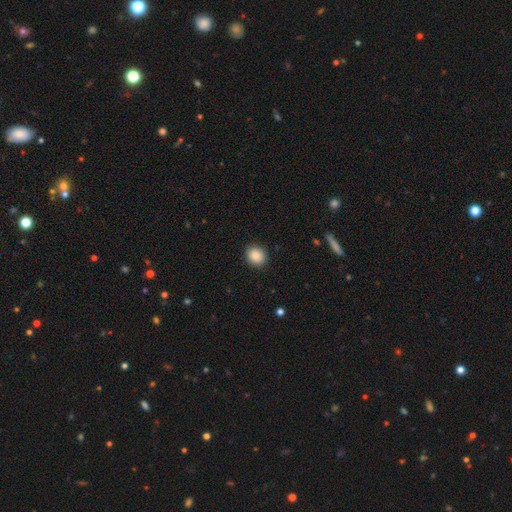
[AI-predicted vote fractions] Morphology: type=smooth (87%); roundness=round (70%); merging=none (90%).